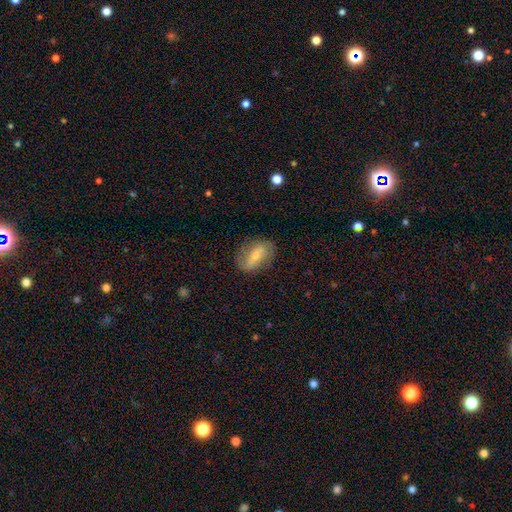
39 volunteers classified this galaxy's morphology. Smooth or featured?
  - smooth: 51% *
  - featured or disk: 44%
  - star or artifact: 5%
How rounded?
  - in between: 70% *
  - round: 25%
  - cigar-shaped: 5%
Merging?
  - none: 78% *
  - minor disturbance: 19%
  - merger: 3%
  - major disturbance: 0%